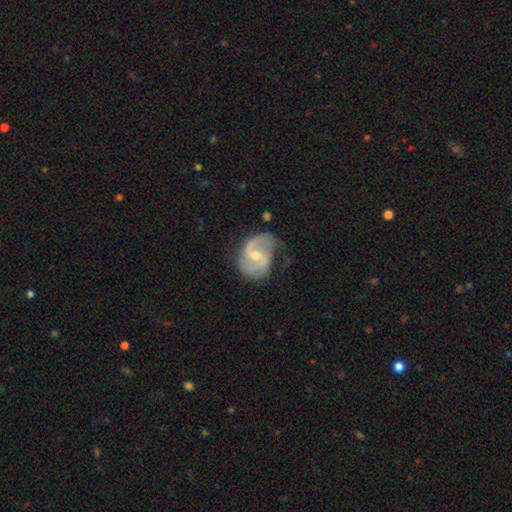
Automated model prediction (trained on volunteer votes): This is clearly a featured or disk galaxy (88%). It is clearly not viewed edge-on (98%). Bar: possibly weak (51%). Spiral arm pattern: clearly yes (97%). Spiral arm count: clearly 2 (89%). Spiral winding: possibly medium (55%). Central bulge: possibly small (55%). Merging: likely none (67%).